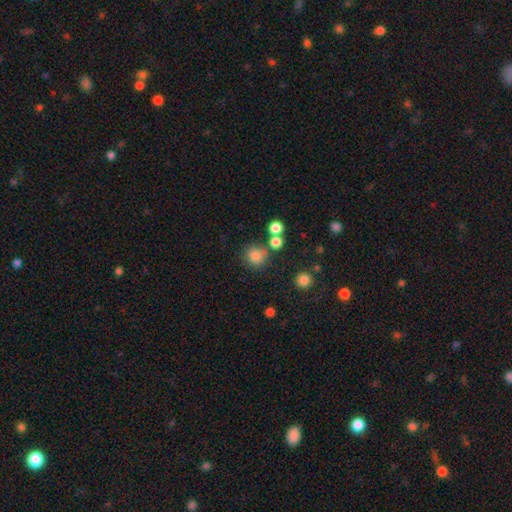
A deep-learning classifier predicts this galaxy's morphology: Smooth or featured? Predicted: smooth (p=0.80). How rounded? Predicted: round (p=0.90). Merging? Predicted: none (p=0.73).